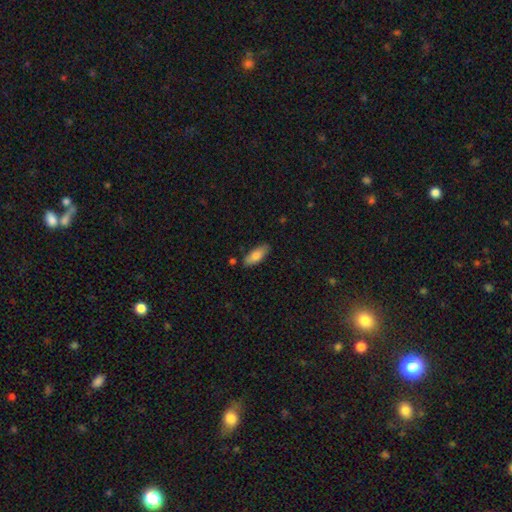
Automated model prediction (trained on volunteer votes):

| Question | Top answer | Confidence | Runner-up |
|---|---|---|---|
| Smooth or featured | smooth | 79% | featured or disk (14%) |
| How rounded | in between | 74% | cigar-shaped (24%) |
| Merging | none | 82% | minor disturbance (13%) |